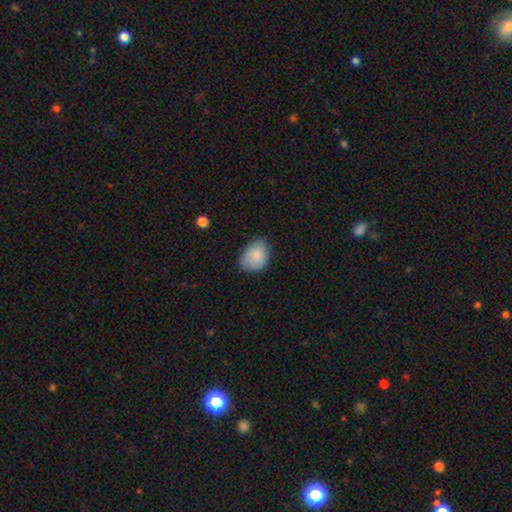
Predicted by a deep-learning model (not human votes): smooth 85%, featured or disk 8%, star or artifact 7%. Down the decision tree: how rounded — in between (74%); merging — none (65%).